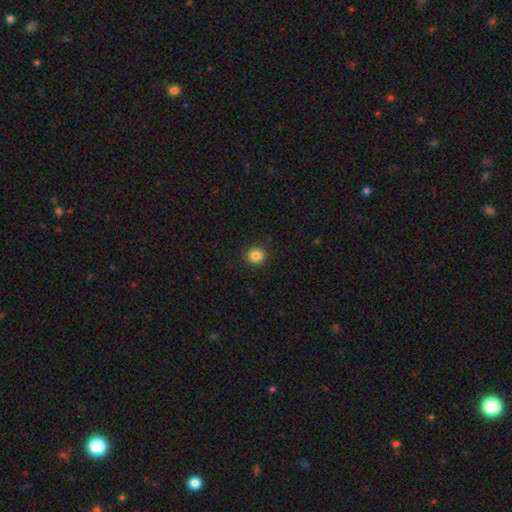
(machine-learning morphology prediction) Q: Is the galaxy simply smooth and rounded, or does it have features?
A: smooth — 85%.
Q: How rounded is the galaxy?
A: round — 87%.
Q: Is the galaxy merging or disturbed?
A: none — 92%.